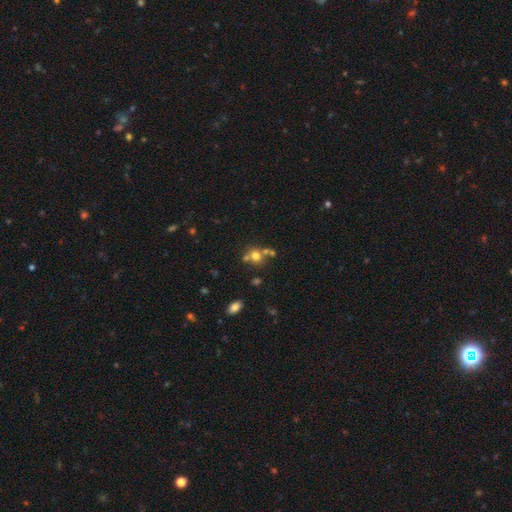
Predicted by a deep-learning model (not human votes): A smooth galaxy with no disk features (67%) that is round (79%).

Vote fractions:
- Smooth or featured? smooth: 67% / star or artifact: 16% / featured or disk: 16%
- How rounded? round: 79% / in between: 20% / cigar-shaped: 1%
- Merging? none: 51% / merger: 34% / minor disturbance: 10% / major disturbance: 5%